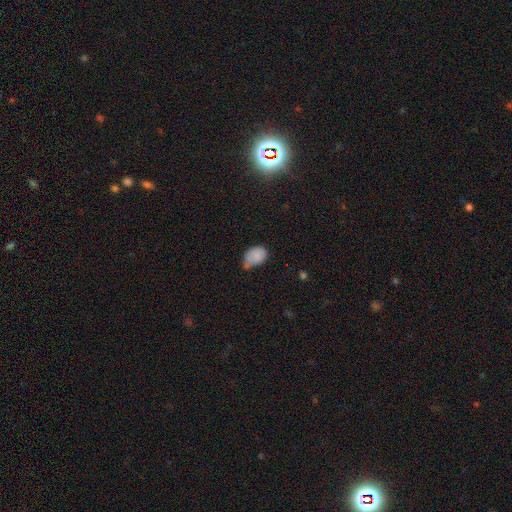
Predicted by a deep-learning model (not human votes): This appears to be a smooth galaxy with no disk features (82%) that is in between round and cigar-shaped (76%). Merging: minor disturbance (46%).